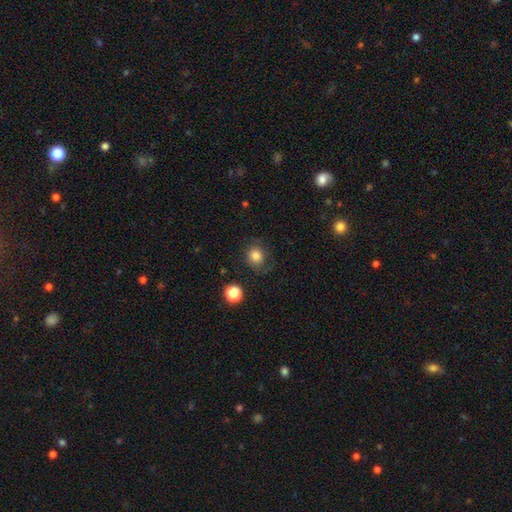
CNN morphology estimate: smooth 81%, star or artifact 11%, featured or disk 8%. Down the decision tree: how rounded — round (78%); merging — none (72%).